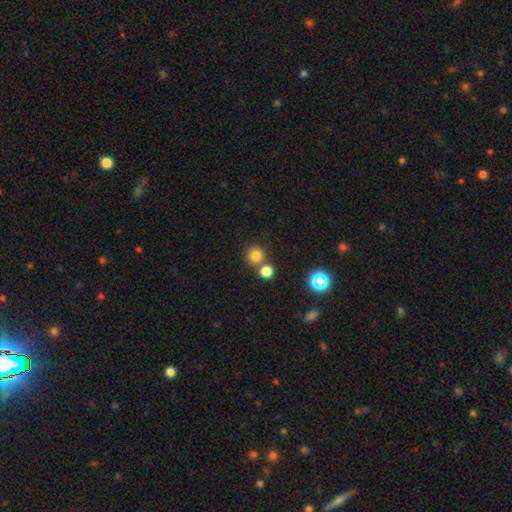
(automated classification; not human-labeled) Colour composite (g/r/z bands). It shows a smooth galaxy with no disk features (77%) that is round (93%). Merging: none (66%).